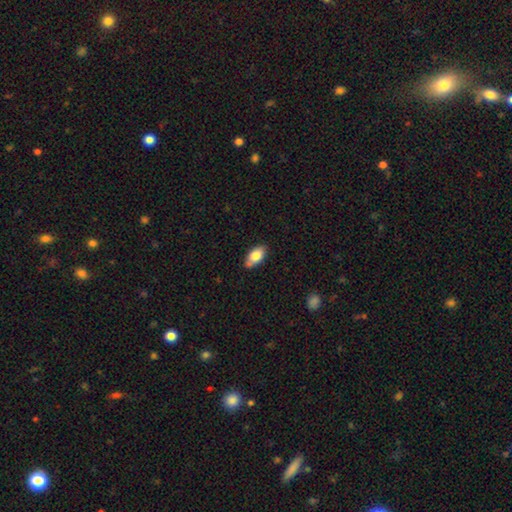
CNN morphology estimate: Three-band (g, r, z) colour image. It shows a smooth galaxy with no disk features (80%) that is in between round and cigar-shaped (91%). Merging: none (73%).